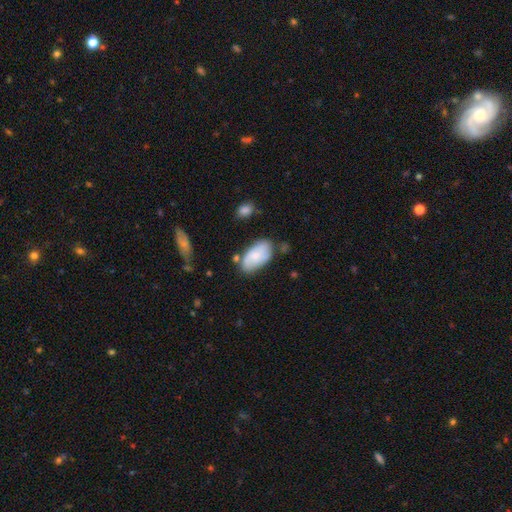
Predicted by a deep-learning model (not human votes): This appears to be a smooth galaxy with no disk features (68%) that is in between round and cigar-shaped (94%). Merging: none (64%).